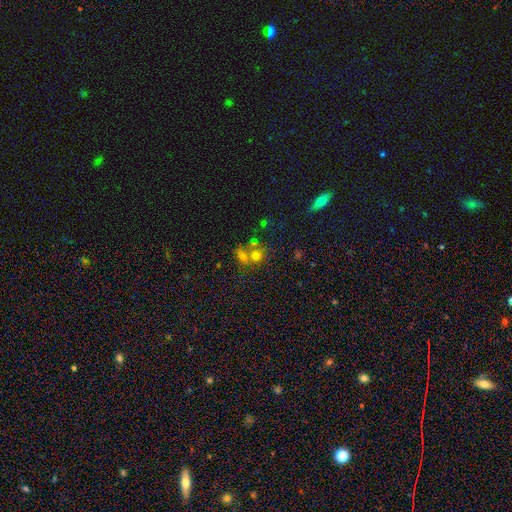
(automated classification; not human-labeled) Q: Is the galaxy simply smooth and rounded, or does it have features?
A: smooth — 64%.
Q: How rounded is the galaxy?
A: round — 77%.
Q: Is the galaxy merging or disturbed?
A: merger — 50%.